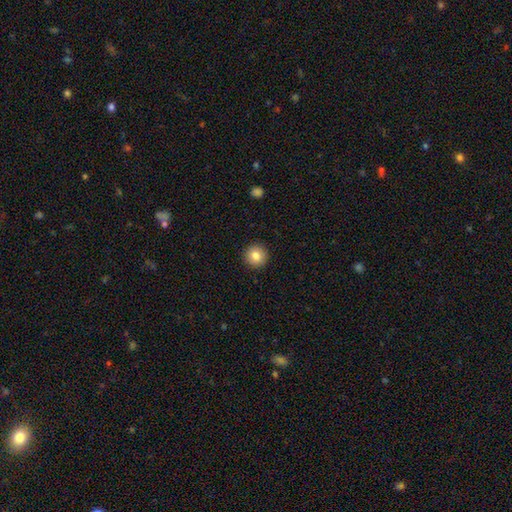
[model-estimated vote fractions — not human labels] A smooth galaxy with no disk features (82%) that is round (95%).

Vote fractions:
- Smooth or featured? smooth: 82% / star or artifact: 9% / featured or disk: 9%
- How rounded? round: 95% / in between: 4% / cigar-shaped: 1%
- Merging? none: 93% / minor disturbance: 5% / major disturbance: 2% / merger: 1%